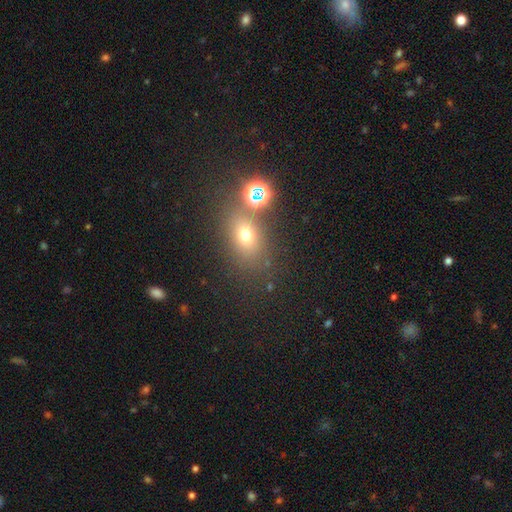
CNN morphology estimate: Q: Smooth or featured?
A: smooth (56%); runner-up: star or artifact (31%)
Q: How rounded?
A: in between (50%); runner-up: round (48%)
Q: Merging?
A: none (59%); runner-up: merger (25%)